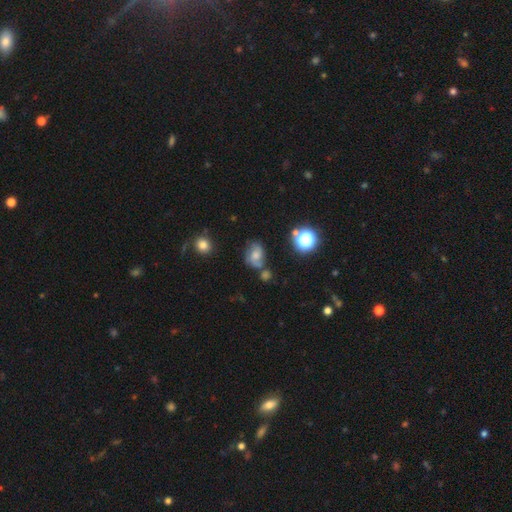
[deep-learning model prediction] This is marginally a featured or disk galaxy (42%). Merging: possibly none (49%).